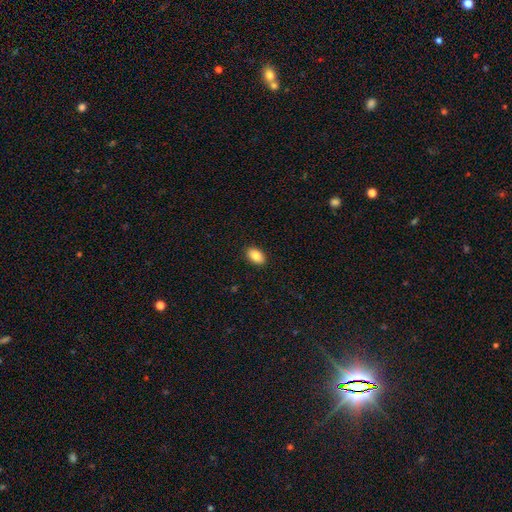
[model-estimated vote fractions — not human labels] Smooth or featured: smooth — 85% (star or artifact — 7%)
How rounded: in between — 90% (round — 8%)
Merging: none — 90% (minor disturbance — 7%)